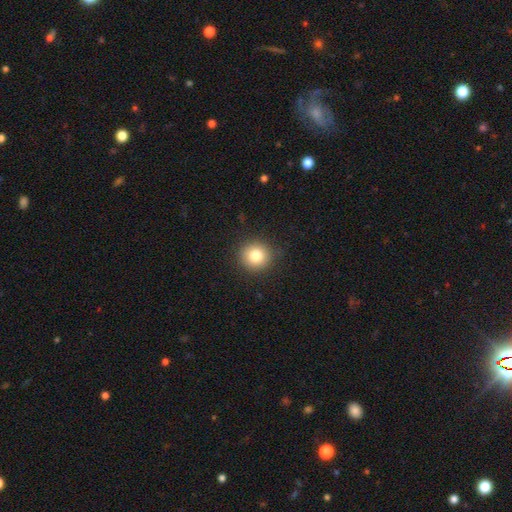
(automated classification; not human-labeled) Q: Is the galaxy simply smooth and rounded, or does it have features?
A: smooth — 81%.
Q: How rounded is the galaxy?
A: round — 93%.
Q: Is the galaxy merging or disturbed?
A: none — 89%.